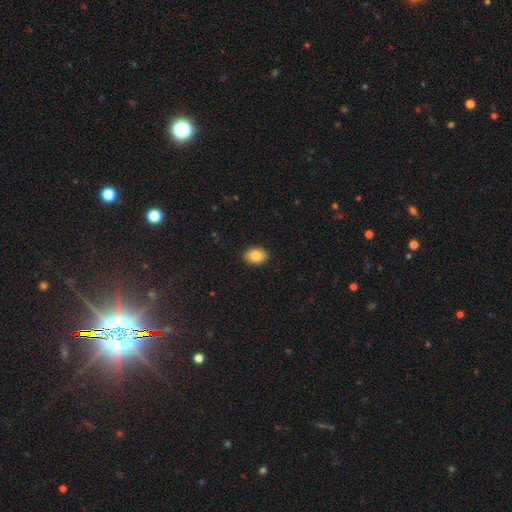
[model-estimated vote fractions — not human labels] Q: Smooth or featured?
A: smooth (86%); runner-up: star or artifact (8%)
Q: How rounded?
A: in between (77%); runner-up: round (22%)
Q: Merging?
A: none (90%); runner-up: minor disturbance (7%)